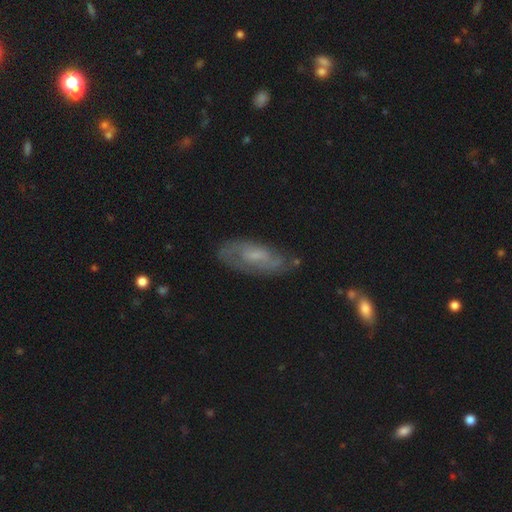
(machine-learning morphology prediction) Smooth or featured?
  - featured or disk: 64% *
  - smooth: 28%
  - star or artifact: 8%
Edge-on disk?
  - no: 89% *
  - yes: 11%
Bar?
  - no: 47% *
  - weak: 45%
  - strong: 9%
Spiral arms?
  - yes: 78% *
  - no: 22%
Bulge size?
  - small: 50% *
  - moderate: 29%
  - none: 17%
  - large: 3%
  - dominant: 1%
Merging?
  - none: 71% *
  - minor disturbance: 20%
  - major disturbance: 7%
  - merger: 2%